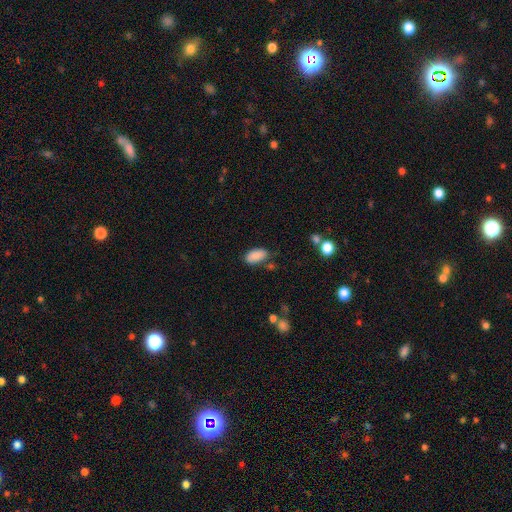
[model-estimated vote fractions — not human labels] Smooth or featured?
  - smooth: 88% *
  - star or artifact: 7%
  - featured or disk: 4%
How rounded?
  - in between: 93% *
  - cigar-shaped: 4%
  - round: 3%
Merging?
  - none: 77% *
  - minor disturbance: 15%
  - merger: 4%
  - major disturbance: 4%